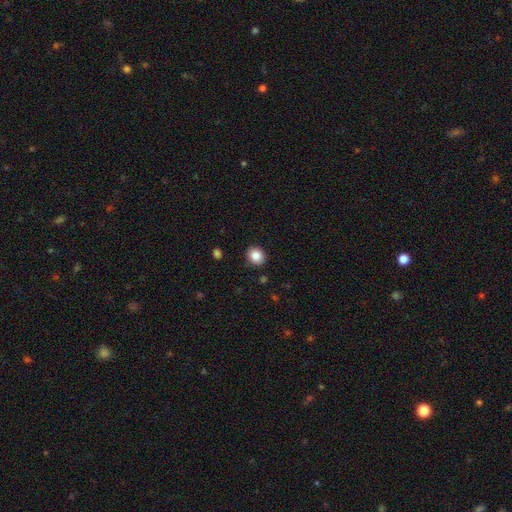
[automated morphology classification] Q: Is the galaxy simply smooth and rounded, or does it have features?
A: smooth — 85%.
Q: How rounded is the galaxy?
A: round — 76%.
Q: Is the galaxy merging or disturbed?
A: none — 89%.